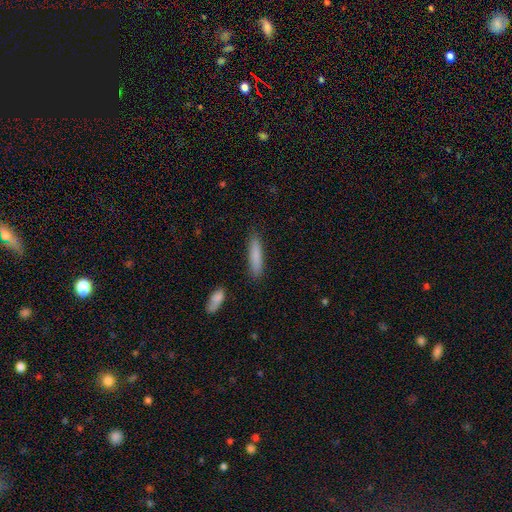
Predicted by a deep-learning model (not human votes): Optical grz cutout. It shows a smooth galaxy with no disk features (83%) that is cigar-shaped (84%). Merging: none (88%).